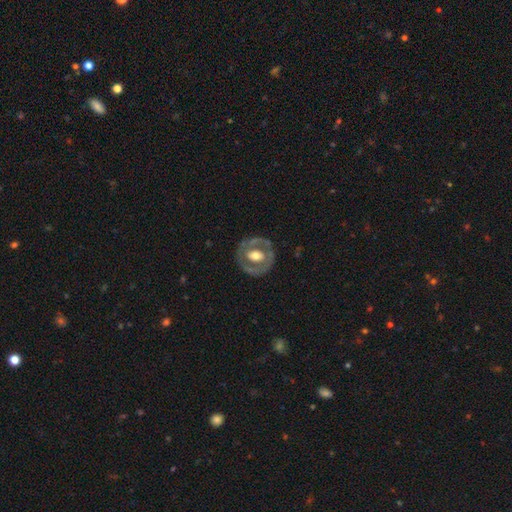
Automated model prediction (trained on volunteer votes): featured or disk 64%, smooth 31%, star or artifact 5%. Down the decision tree: edge-on disk — no (95%); bar — no (57%); spiral arms — no (75%); bulge size — moderate (62%); merging — none (77%).